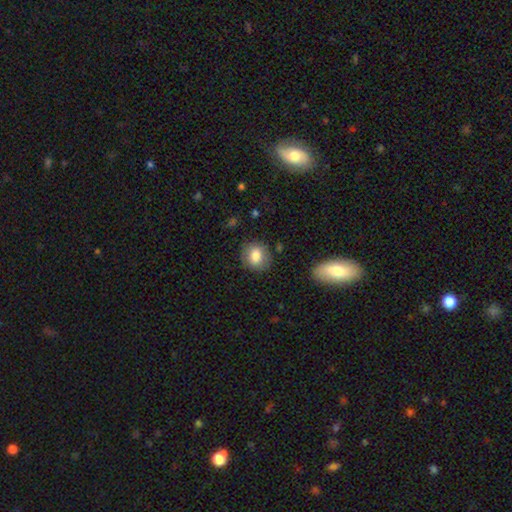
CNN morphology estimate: Q: Smooth or featured?
A: smooth (80%); runner-up: featured or disk (11%)
Q: How rounded?
A: round (68%); runner-up: in between (31%)
Q: Merging?
A: none (83%); runner-up: minor disturbance (12%)